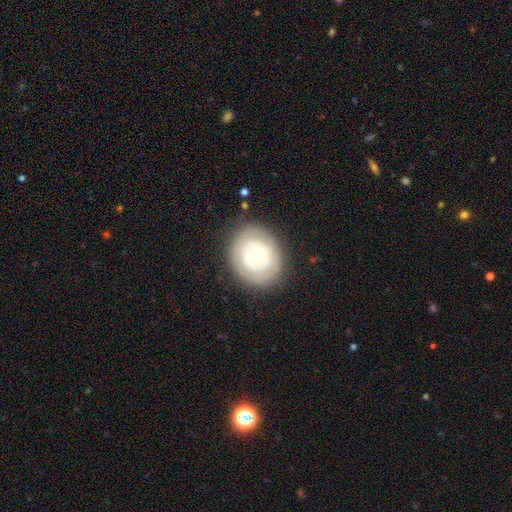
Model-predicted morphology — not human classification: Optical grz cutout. It shows a featured or disk galaxy (57%) with no bar (50%), no spiral arms (51%) and a moderate central bulge (55%). Merging: none (81%).